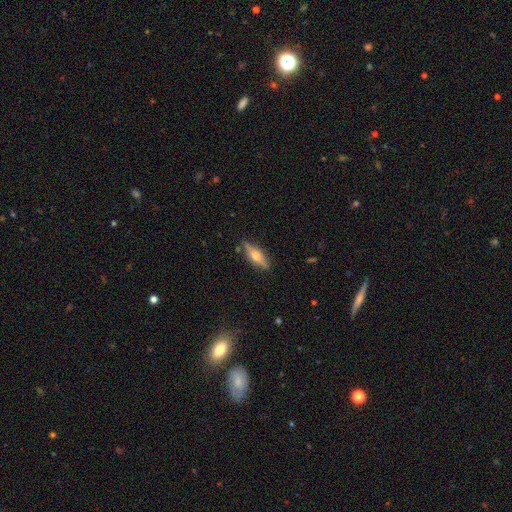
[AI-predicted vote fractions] This is possibly a featured or disk galaxy (50%). It is clearly viewed edge-on (89%). Merging: clearly none (82%).